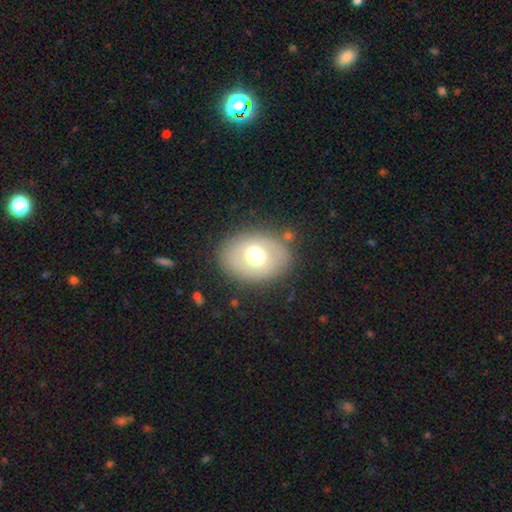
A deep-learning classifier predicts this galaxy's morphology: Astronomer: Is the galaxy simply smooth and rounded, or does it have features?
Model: smooth — 61%.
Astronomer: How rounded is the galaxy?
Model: in between — 59% (runner-up: round, 40%).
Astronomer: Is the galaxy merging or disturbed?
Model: none — 81%.